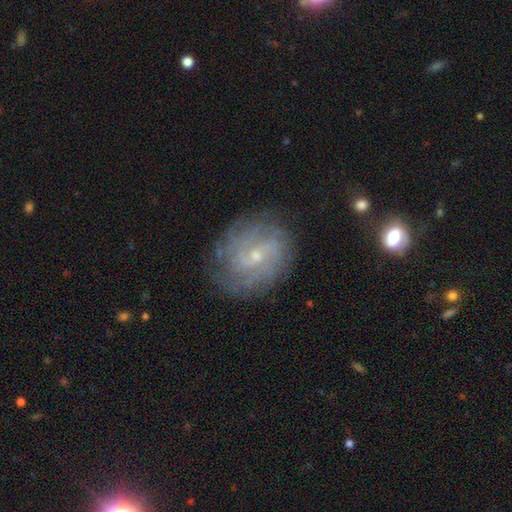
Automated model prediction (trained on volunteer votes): featured or disk 77%, smooth 14%, star or artifact 8%. Down the decision tree: edge-on disk — no (97%); bar — no (48%); spiral arms — yes (90%); spiral arm count — can't tell (44%); spiral winding — tight (57%); bulge size — small (75%); merging — none (77%).